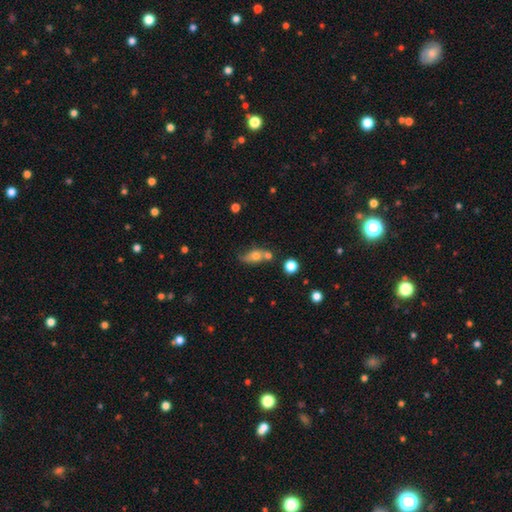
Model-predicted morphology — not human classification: This is possibly a smooth galaxy (60%). How rounded: likely in between (66%). Merging: marginally none (42%).